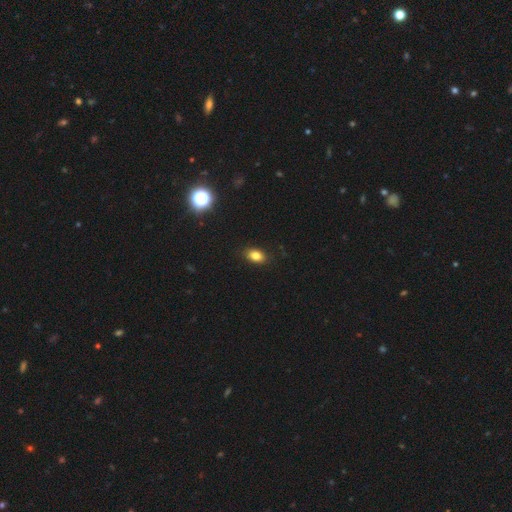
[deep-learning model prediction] Smooth or featured?
  - smooth: 82% *
  - star or artifact: 11%
  - featured or disk: 7%
How rounded?
  - in between: 84% *
  - round: 14%
  - cigar-shaped: 2%
Merging?
  - none: 87% *
  - minor disturbance: 10%
  - major disturbance: 2%
  - merger: 1%